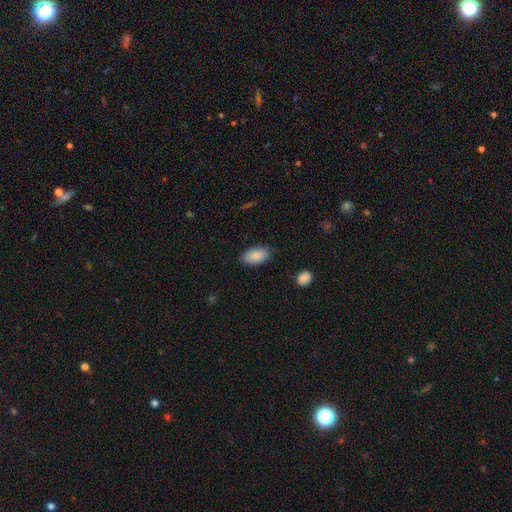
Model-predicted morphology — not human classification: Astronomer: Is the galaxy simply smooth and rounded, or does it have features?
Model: smooth — 87%.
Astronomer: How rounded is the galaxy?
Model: in between — 95%.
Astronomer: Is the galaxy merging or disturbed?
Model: none — 85%.